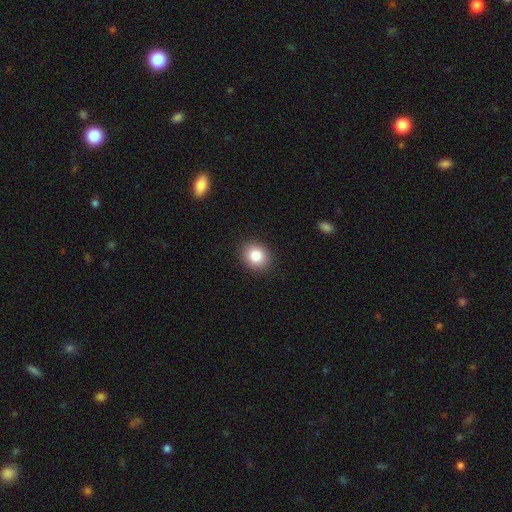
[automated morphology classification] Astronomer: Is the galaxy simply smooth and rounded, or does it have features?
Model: smooth — 84%.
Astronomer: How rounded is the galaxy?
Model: round — 67%.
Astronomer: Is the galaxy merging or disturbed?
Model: none — 90%.